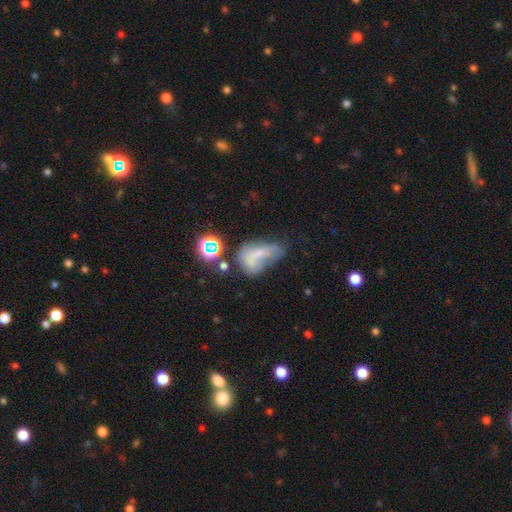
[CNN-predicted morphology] This appears to be a smooth galaxy with no disk features (48%). Merging: major disturbance (34%).